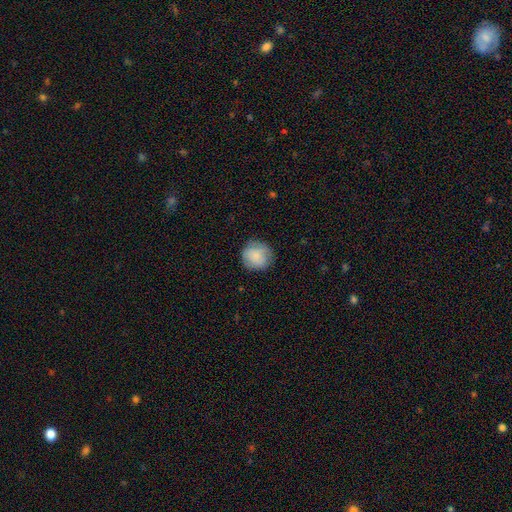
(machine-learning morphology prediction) Overall: smooth (83%). How rounded: round (90%). Merging: none (83%).